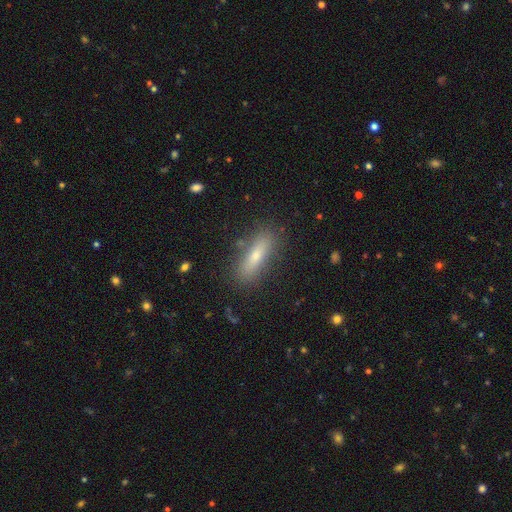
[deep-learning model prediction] This appears to be a smooth galaxy with no disk features (66%) that is cigar-shaped (61%). Merging: none (84%).